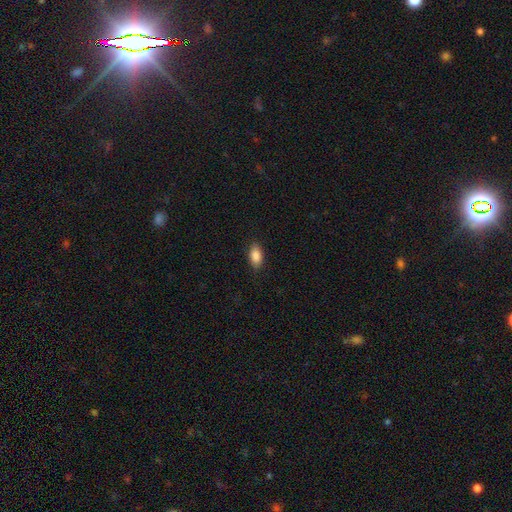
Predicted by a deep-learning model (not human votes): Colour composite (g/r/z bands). It shows a smooth galaxy with no disk features (87%) that is in between round and cigar-shaped (90%). Merging: none (87%).